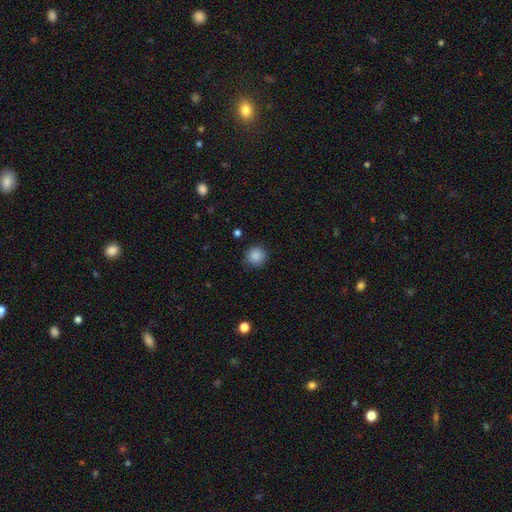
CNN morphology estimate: smooth 88%, star or artifact 9%, featured or disk 3%. Down the decision tree: how rounded — round (94%); merging — none (88%).